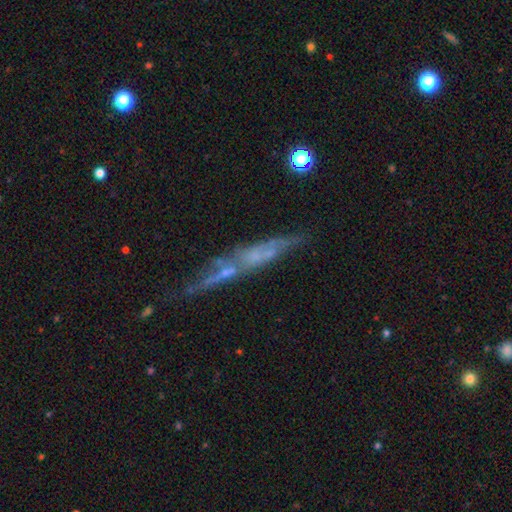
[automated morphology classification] Overall: featured or disk (49%; smooth 36%). Merging: none (51%; minor disturbance 22%).